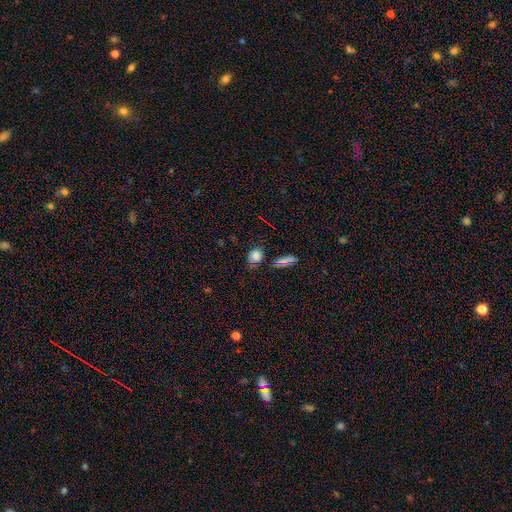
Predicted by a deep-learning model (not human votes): Overall: smooth (77%). How rounded: round (63%; in between 34%). Merging: none (67%).